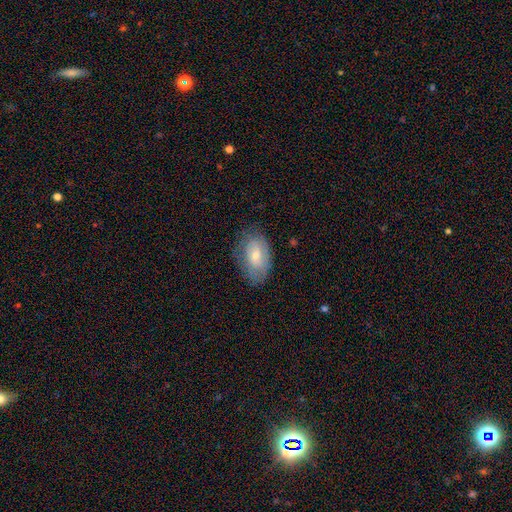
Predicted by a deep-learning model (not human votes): A smooth galaxy with no disk features (62%) that is in between round and cigar-shaped (91%). Merging: none (69%).